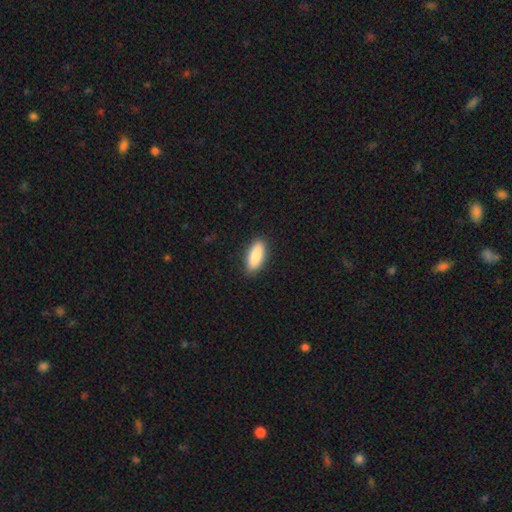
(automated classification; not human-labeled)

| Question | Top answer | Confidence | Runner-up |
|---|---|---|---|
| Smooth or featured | smooth | 86% | featured or disk (8%) |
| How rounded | in between | 78% | cigar-shaped (20%) |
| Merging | none | 88% | minor disturbance (9%) |